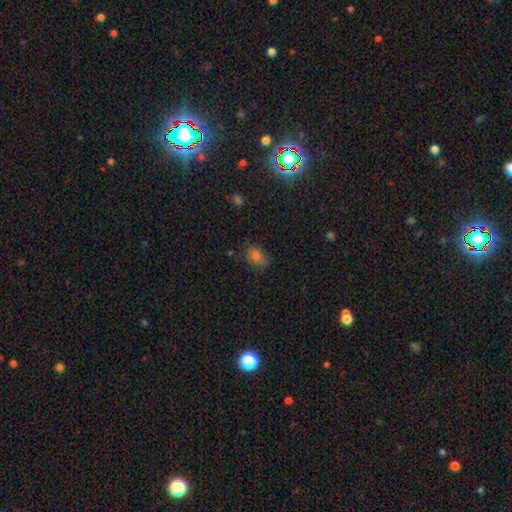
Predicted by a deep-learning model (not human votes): smooth-or-featured: smooth: 65% | star or artifact: 25% | featured or disk: 9%
  how-rounded: in between: 79% | round: 18% | cigar-shaped: 2%
  merging: none: 71% | minor disturbance: 21% | major disturbance: 6% | merger: 2%